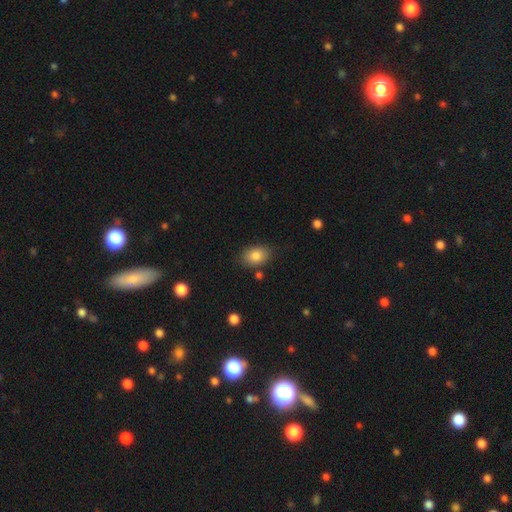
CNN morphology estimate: A smooth galaxy with no disk features (84%) that is in between round and cigar-shaped (79%). Merging: none (79%).